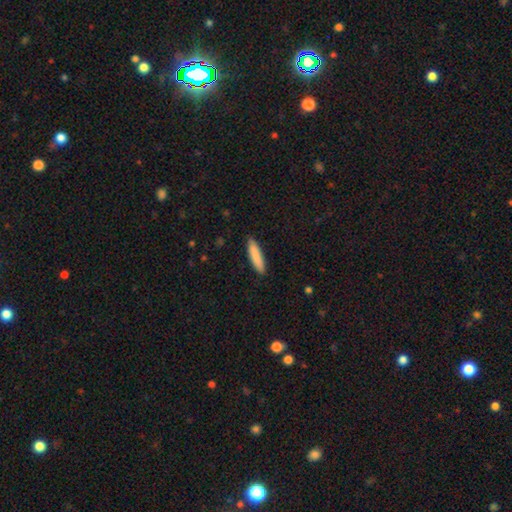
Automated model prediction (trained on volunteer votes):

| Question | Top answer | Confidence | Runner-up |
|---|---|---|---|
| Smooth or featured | smooth | 86% | featured or disk (9%) |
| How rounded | cigar-shaped | 82% | in between (17%) |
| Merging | none | 89% | minor disturbance (8%) |